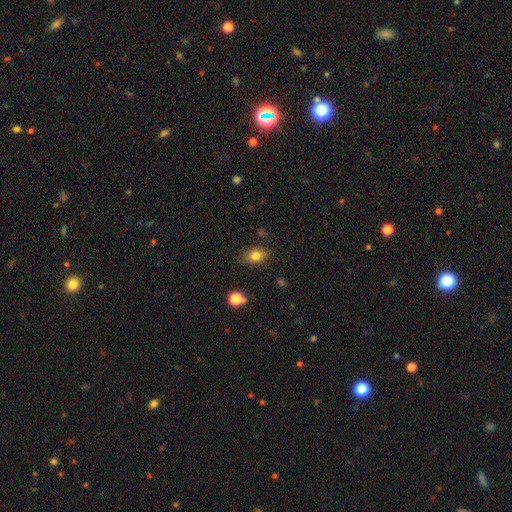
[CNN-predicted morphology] type=smooth (80%); roundness=in between (81%); merging=none (81%).